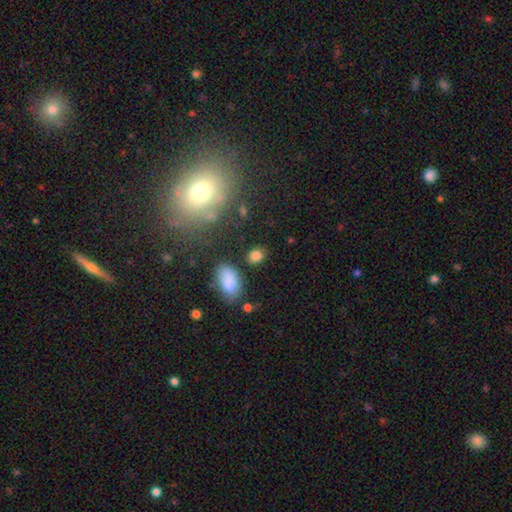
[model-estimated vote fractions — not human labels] Smooth or featured: smooth — 82% (star or artifact — 12%)
How rounded: in between — 55% (round — 43%)
Merging: none — 78% (minor disturbance — 13%)